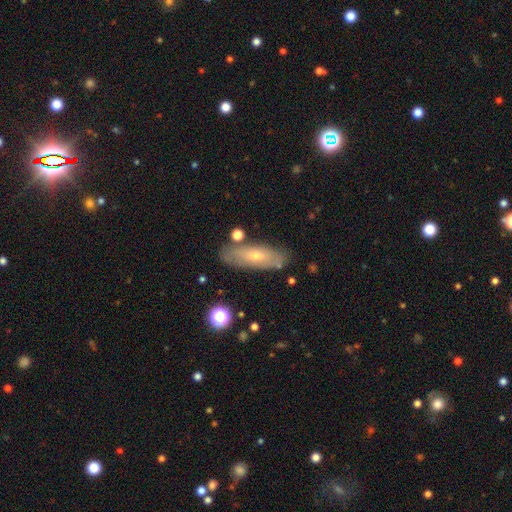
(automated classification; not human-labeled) Smooth or featured? Predicted: featured or disk (p=0.46, tied with smooth). Merging? Predicted: none (p=0.79).